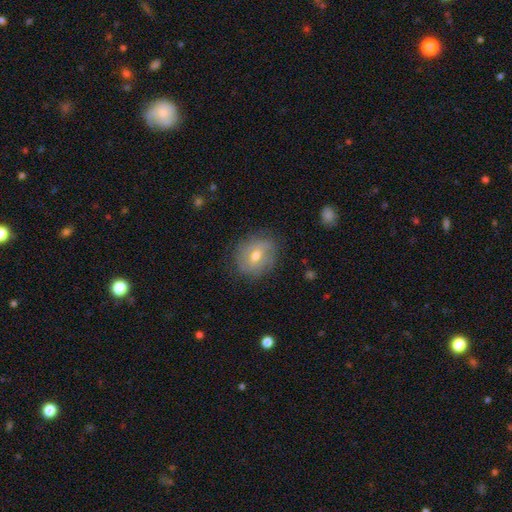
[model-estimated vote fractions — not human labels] Q: Smooth or featured?
A: featured or disk (46%); runner-up: smooth (45%)
Q: Merging?
A: none (76%); runner-up: minor disturbance (17%)